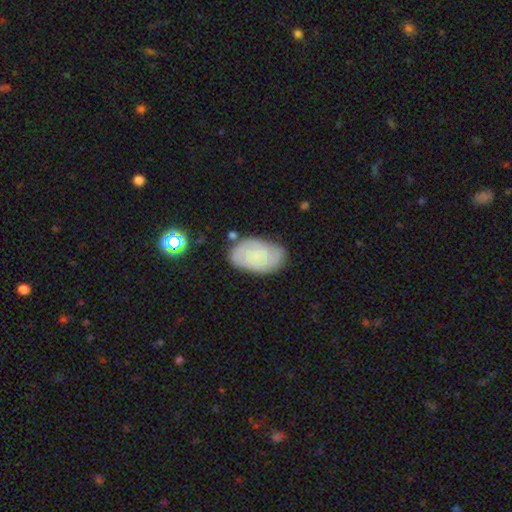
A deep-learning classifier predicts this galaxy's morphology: This is possibly a smooth galaxy (51%). How rounded: clearly in between (92%). Merging: likely none (74%).